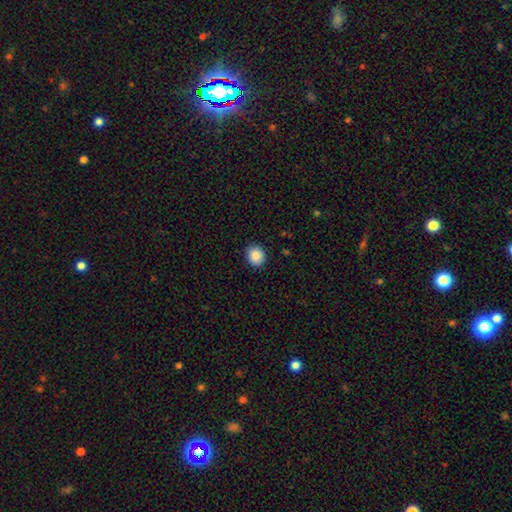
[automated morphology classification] Smooth or featured? Predicted: smooth (p=0.88). How rounded? Predicted: round (p=0.76). Merging? Predicted: none (p=0.90).